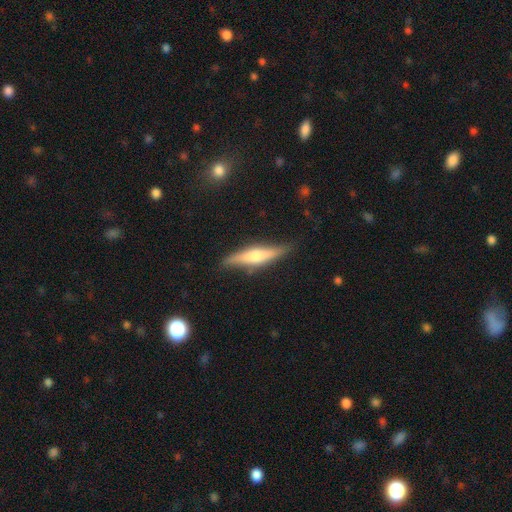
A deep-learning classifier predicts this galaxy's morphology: This is likely a featured or disk galaxy (61%). It is clearly viewed edge-on (93%). Edge-on bulge: clearly rounded (85%). Merging: clearly none (82%).